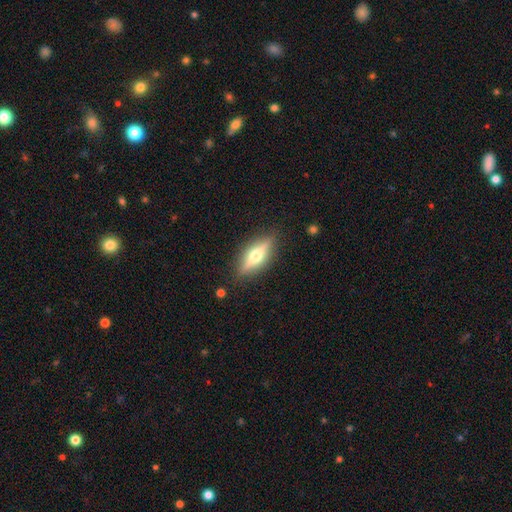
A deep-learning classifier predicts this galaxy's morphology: Overall: featured or disk (63%; smooth 30%). Edge-on disk: yes (91%). Edge-on bulge: rounded (94%). Merging: none (87%).